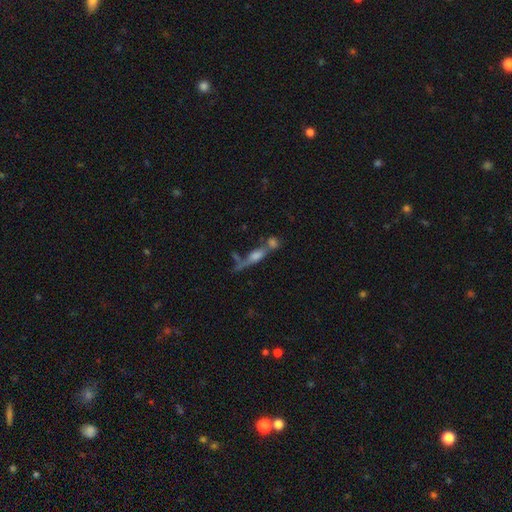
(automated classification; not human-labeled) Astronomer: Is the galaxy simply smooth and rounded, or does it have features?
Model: featured or disk — 56%.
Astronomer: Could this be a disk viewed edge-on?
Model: yes — 75%.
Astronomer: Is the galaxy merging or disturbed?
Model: none — 40% (runner-up: merger, 34%).